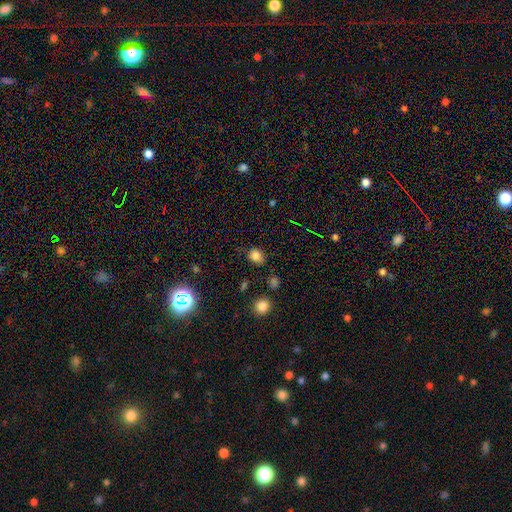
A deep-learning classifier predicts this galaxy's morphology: Overall: smooth (80%). How rounded: round (50%; in between 49%). Merging: none (73%).